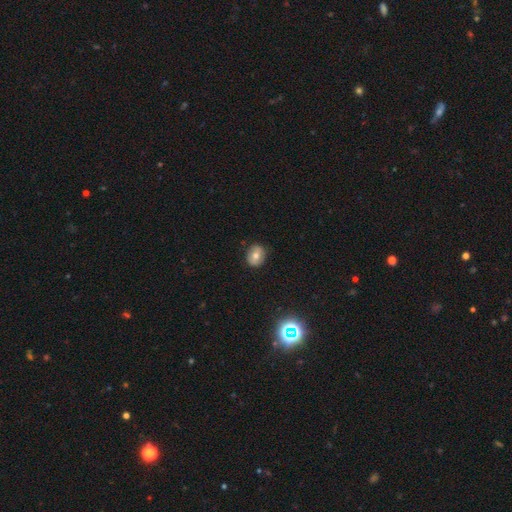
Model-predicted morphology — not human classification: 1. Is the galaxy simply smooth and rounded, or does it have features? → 62% smooth, 26% featured or disk, 12% star or artifact.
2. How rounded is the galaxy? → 59% round, 40% in between, 1% cigar-shaped.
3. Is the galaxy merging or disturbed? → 85% none, 11% minor disturbance, 2% major disturbance, 1% merger.